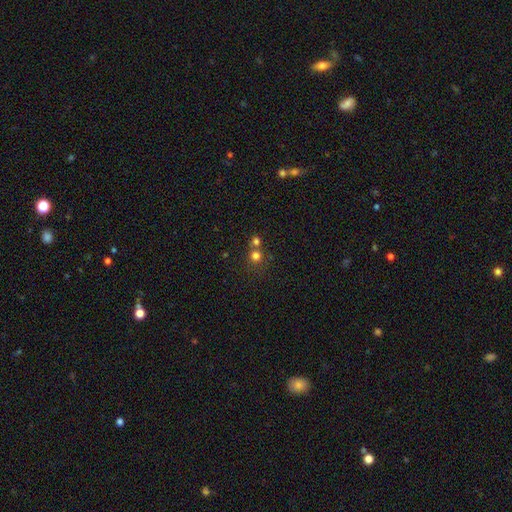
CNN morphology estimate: A smooth galaxy with no disk features (75%) that is round (89%). Merging: none (54%).